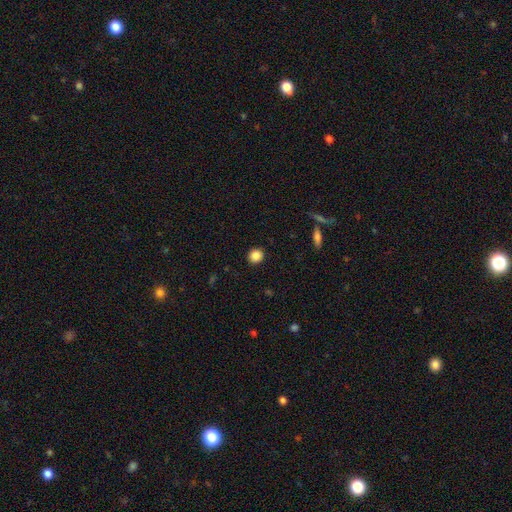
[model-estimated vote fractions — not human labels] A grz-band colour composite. It shows a smooth galaxy with no disk features (87%) that is round (87%). Merging: none (92%).